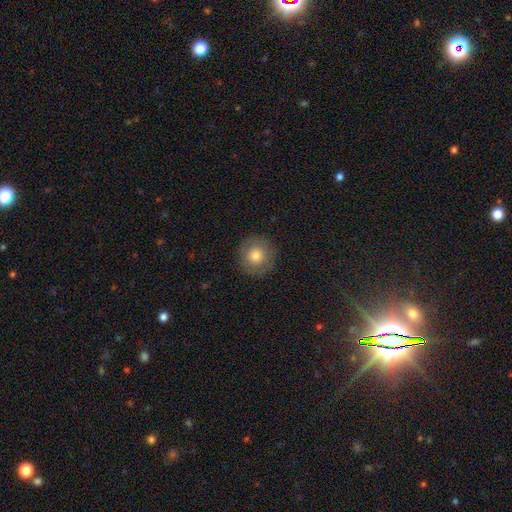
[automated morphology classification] Smooth or featured? smooth (77%)
How rounded? round (95%)
Merging? none (89%)